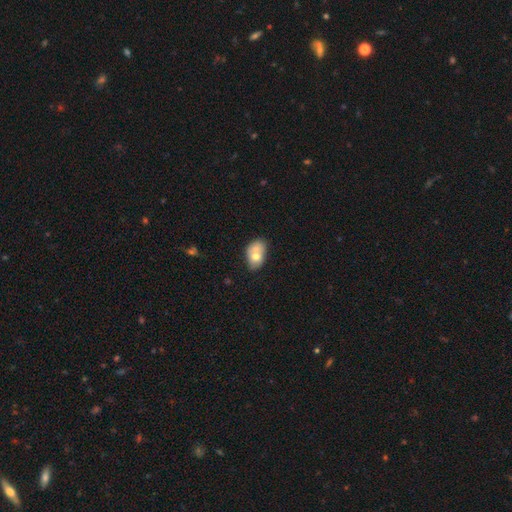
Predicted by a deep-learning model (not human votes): Smooth or featured? smooth (66%)
How rounded? in between (82%)
Merging? merger (38%)